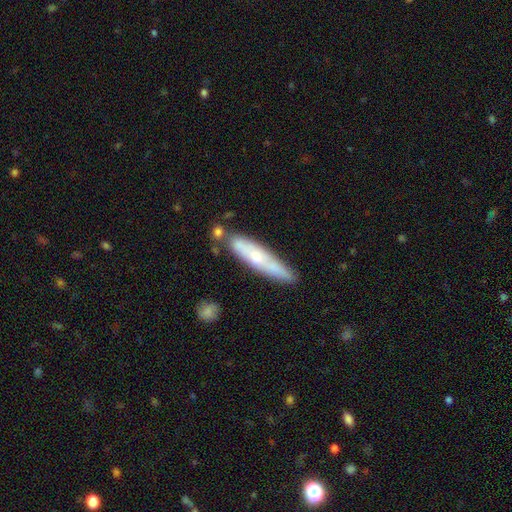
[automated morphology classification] Smooth or featured?
  - smooth: 50% *
  - featured or disk: 44%
  - star or artifact: 6%
Merging?
  - none: 67% *
  - minor disturbance: 19%
  - merger: 10%
  - major disturbance: 4%